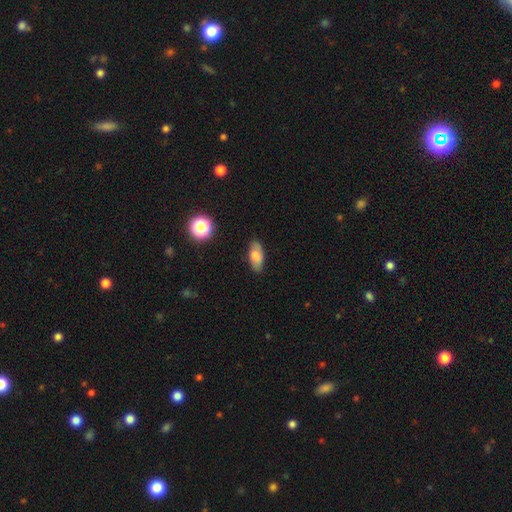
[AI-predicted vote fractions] smooth_or_featured: smooth (p=0.74) [alt: featured or disk p=0.17]
how_rounded: in between (p=0.88) [alt: cigar-shaped p=0.08]
merging: none (p=0.81) [alt: minor disturbance p=0.15]